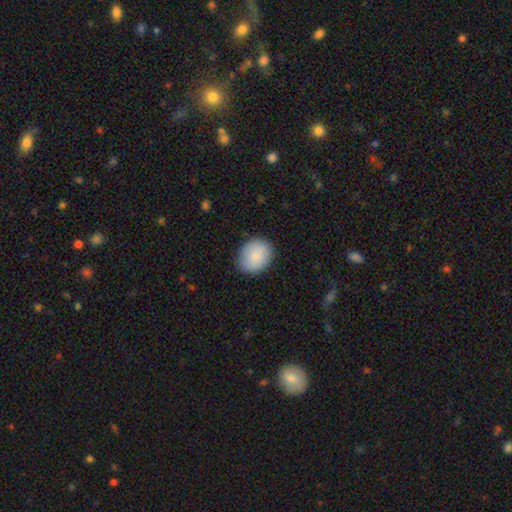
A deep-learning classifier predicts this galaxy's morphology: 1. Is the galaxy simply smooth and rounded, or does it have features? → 86% smooth, 8% featured or disk, 7% star or artifact.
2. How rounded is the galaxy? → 55% round, 44% in between, 1% cigar-shaped.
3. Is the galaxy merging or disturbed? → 86% none, 11% minor disturbance, 3% major disturbance, 1% merger.